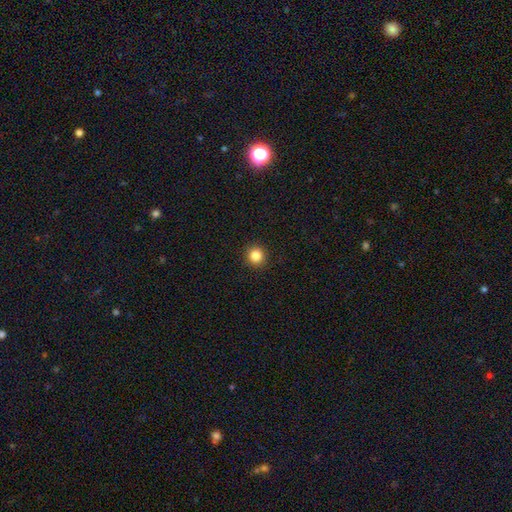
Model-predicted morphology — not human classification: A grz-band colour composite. It shows a smooth galaxy with no disk features (85%) that is round (94%). Merging: none (93%).